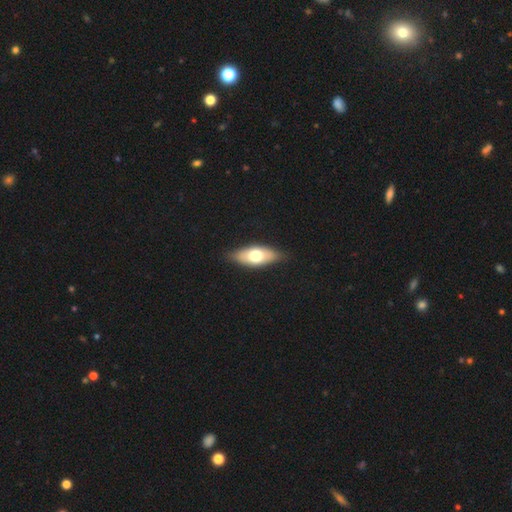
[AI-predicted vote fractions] Smooth or featured? smooth (60%)
How rounded? in between (78%)
Merging? none (84%)